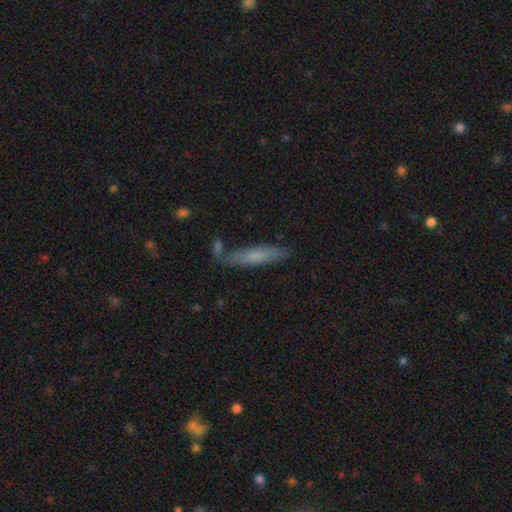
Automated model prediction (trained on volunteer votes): Overall: smooth (66%; featured or disk 27%). How rounded: cigar-shaped (86%). Merging: none (77%).